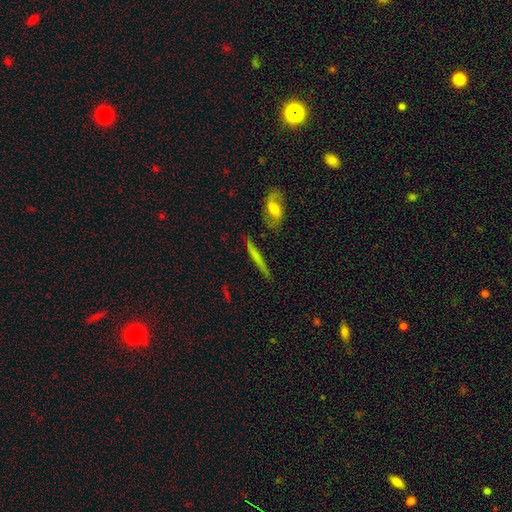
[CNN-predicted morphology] Smooth or featured: featured or disk — 48% (smooth — 44%)
Merging: none — 84% (minor disturbance — 11%)